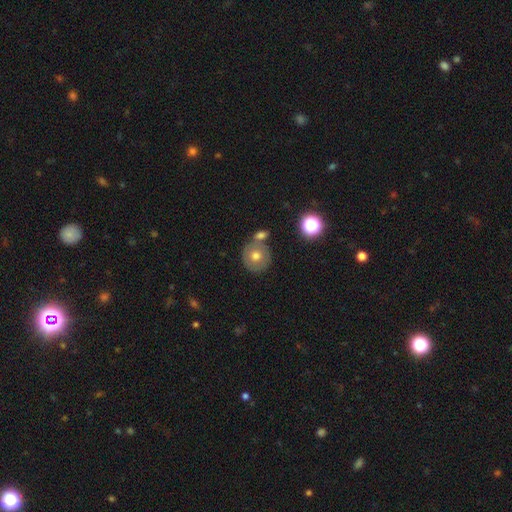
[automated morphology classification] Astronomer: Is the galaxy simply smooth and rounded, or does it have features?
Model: smooth — 63%.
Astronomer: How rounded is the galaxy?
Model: round — 86%.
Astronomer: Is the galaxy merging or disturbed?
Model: none — 61%.